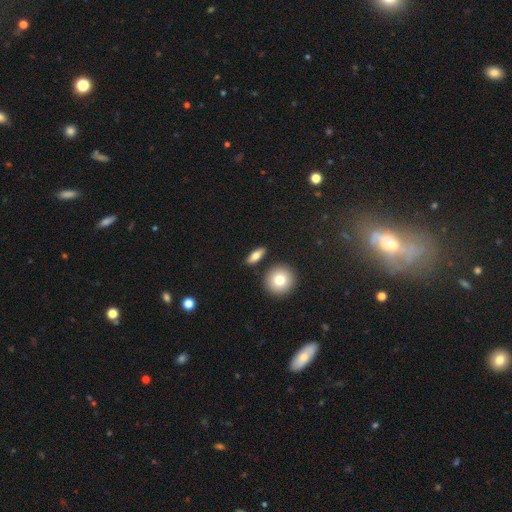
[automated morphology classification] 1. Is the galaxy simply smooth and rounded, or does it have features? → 72% smooth, 21% featured or disk, 8% star or artifact.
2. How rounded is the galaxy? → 60% in between, 24% cigar-shaped, 16% round.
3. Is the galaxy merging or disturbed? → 85% none, 8% minor disturbance, 4% merger, 2% major disturbance.